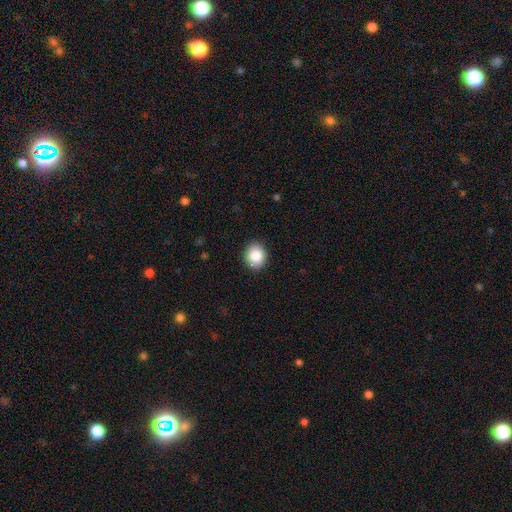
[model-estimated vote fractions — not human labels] A smooth galaxy with no disk features (86%) that is round (57%). Merging: none (90%).